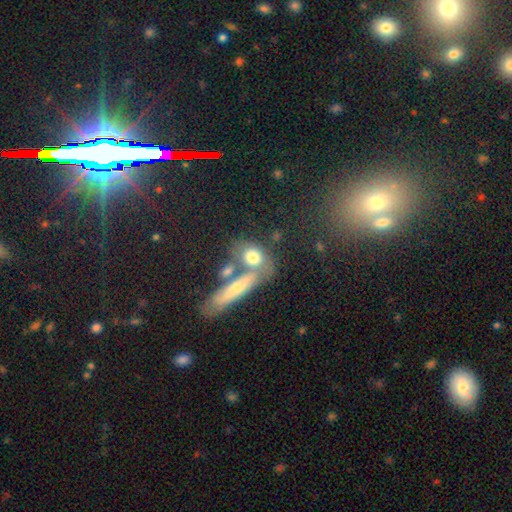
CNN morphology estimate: Smooth or featured?
  - smooth: 37% *
  - star or artifact: 34%
  - featured or disk: 29%
Merging?
  - none: 56% *
  - merger: 27%
  - minor disturbance: 12%
  - major disturbance: 6%